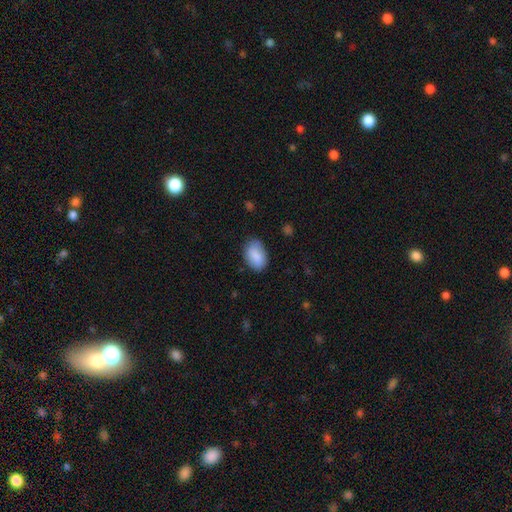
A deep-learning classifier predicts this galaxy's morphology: Smooth or featured: smooth — 86% (featured or disk — 8%)
How rounded: in between — 89% (round — 10%)
Merging: none — 78% (minor disturbance — 17%)